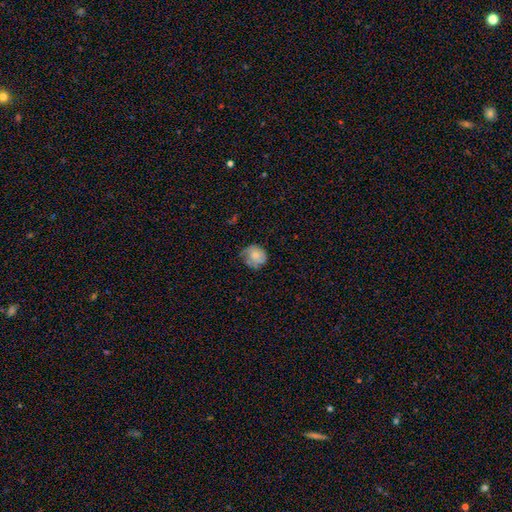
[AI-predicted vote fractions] This appears to be a smooth galaxy with no disk features (67%) that is round (75%). Merging: none (51%).